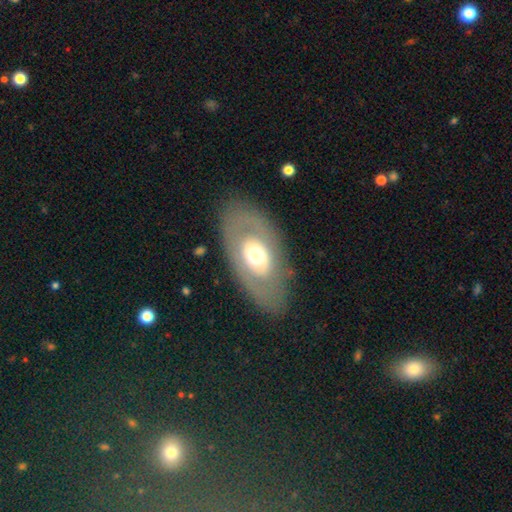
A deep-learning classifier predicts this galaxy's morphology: featured or disk 54%, smooth 39%, star or artifact 6%. Down the decision tree: edge-on disk — no (88%); merging — none (78%).